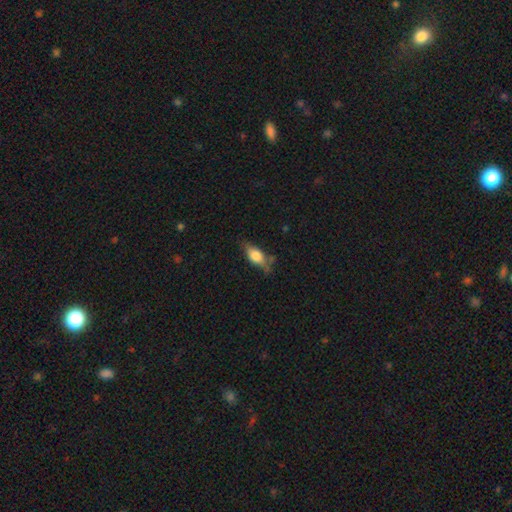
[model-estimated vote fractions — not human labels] smooth_or_featured: smooth (p=0.66) [alt: featured or disk p=0.27]
how_rounded: in between (p=0.78) [alt: cigar-shaped p=0.16]
merging: none (p=0.59) [alt: minor disturbance p=0.28]